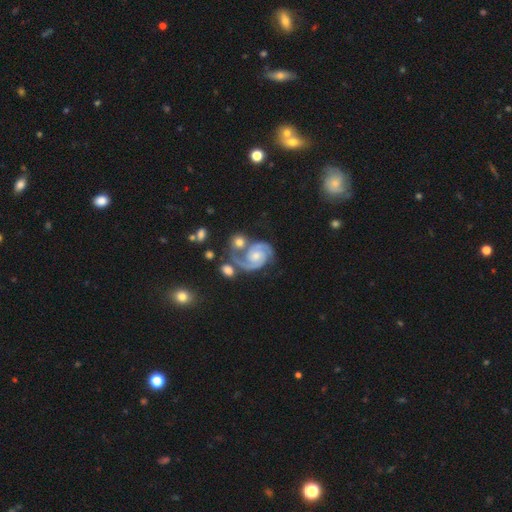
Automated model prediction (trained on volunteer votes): Smooth or featured?
  - featured or disk: 92% *
  - star or artifact: 4%
  - smooth: 4%
Edge-on disk?
  - no: 98% *
  - yes: 2%
Bar?
  - no: 68% *
  - weak: 25%
  - strong: 7%
Spiral arms?
  - yes: 98% *
  - no: 2%
Spiral winding?
  - medium: 47% *
  - tight: 45%
  - loose: 8%
Spiral arm count?
  - 2: 92% *
  - 3: 3%
  - can't tell: 2%
  - 1: 1%
  - 4: 1%
  - more than 4: 1%
Bulge size?
  - small: 51% *
  - moderate: 40%
  - none: 5%
  - large: 3%
  - dominant: 1%
Merging?
  - none: 51% *
  - merger: 25%
  - minor disturbance: 16%
  - major disturbance: 8%